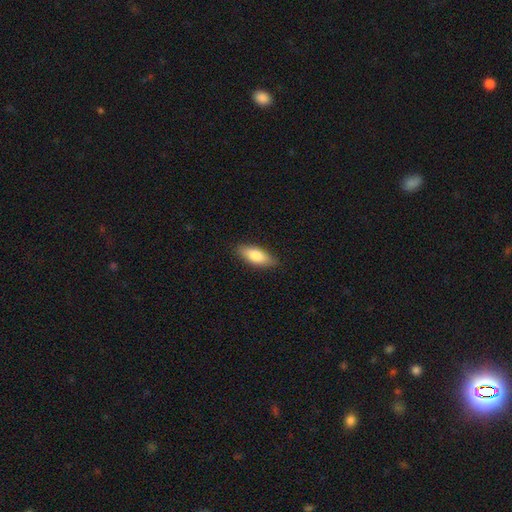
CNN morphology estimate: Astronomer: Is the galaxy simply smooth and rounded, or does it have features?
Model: smooth — 80%.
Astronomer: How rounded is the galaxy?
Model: in between — 72%.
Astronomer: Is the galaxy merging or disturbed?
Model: none — 87%.